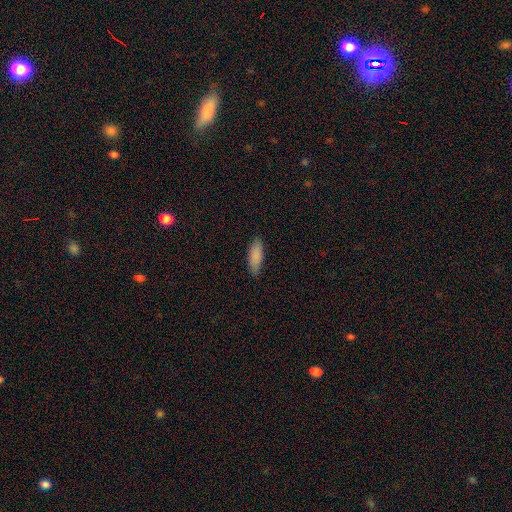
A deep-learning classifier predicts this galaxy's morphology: Smooth or featured? Predicted: smooth (p=0.88). How rounded? Predicted: in between (p=0.69). Merging? Predicted: none (p=0.82).